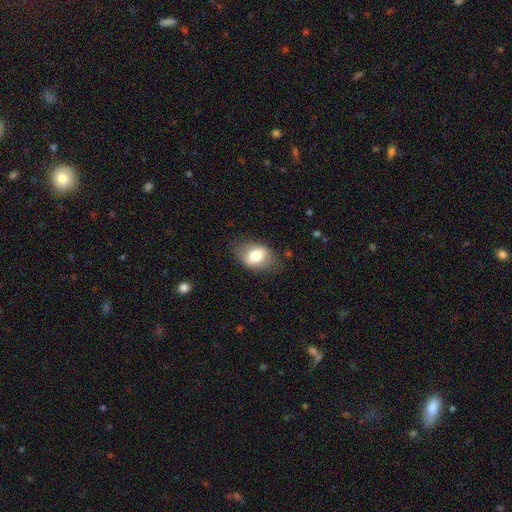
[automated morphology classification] smooth-or-featured: smooth: 72% | featured or disk: 20% | star or artifact: 8%
  how-rounded: in between: 79% | round: 20% | cigar-shaped: 2%
  merging: none: 70% | minor disturbance: 21% | major disturbance: 7% | merger: 1%